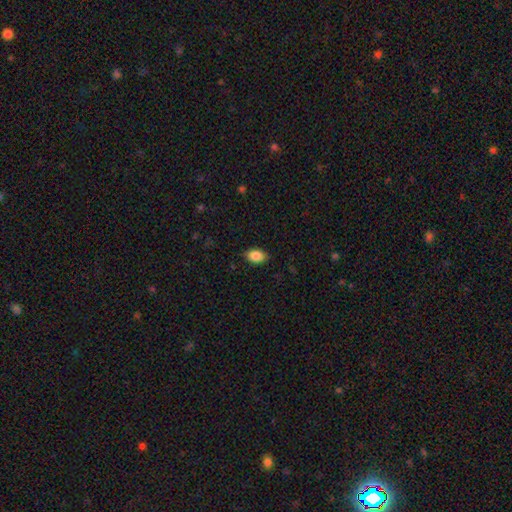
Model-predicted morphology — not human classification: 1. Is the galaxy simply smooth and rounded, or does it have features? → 88% smooth, 8% star or artifact, 5% featured or disk.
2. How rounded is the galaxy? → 90% in between, 9% round, 2% cigar-shaped.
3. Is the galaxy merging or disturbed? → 85% none, 11% minor disturbance, 2% major disturbance, 1% merger.